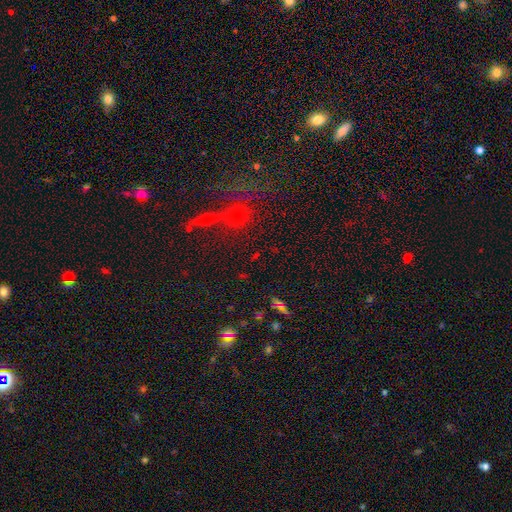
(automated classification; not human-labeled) Q: Smooth or featured?
A: star or artifact (51%); runner-up: smooth (36%)